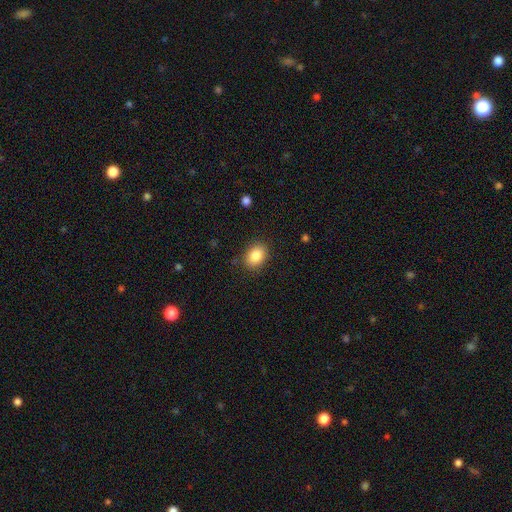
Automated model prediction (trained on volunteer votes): Smooth or featured? Predicted: smooth (p=0.86). How rounded? Predicted: in between (p=0.71). Merging? Predicted: none (p=0.85).